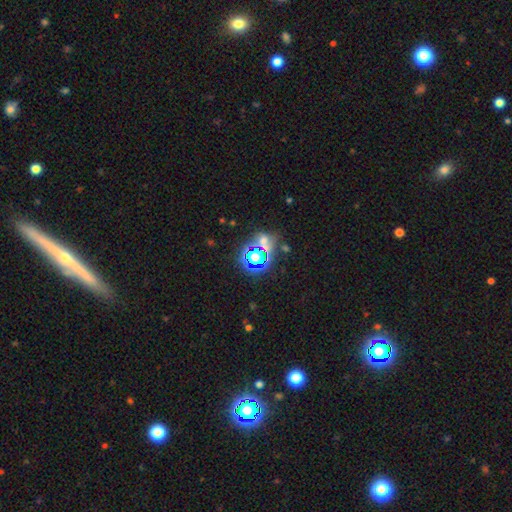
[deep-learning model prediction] Q: Smooth or featured?
A: star or artifact (61%); runner-up: smooth (28%)